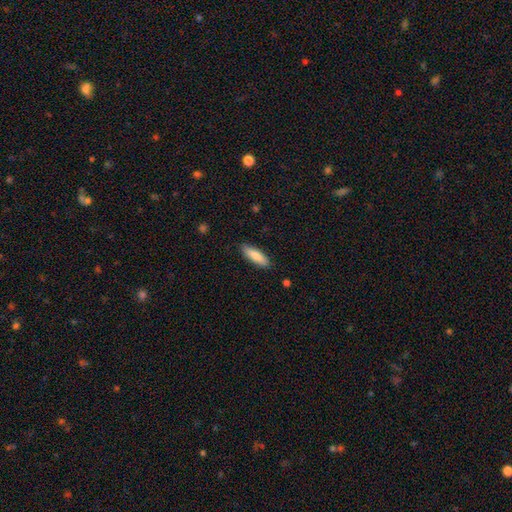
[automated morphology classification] Overall: smooth (82%). How rounded: cigar-shaped (55%; in between 43%). Merging: none (87%).